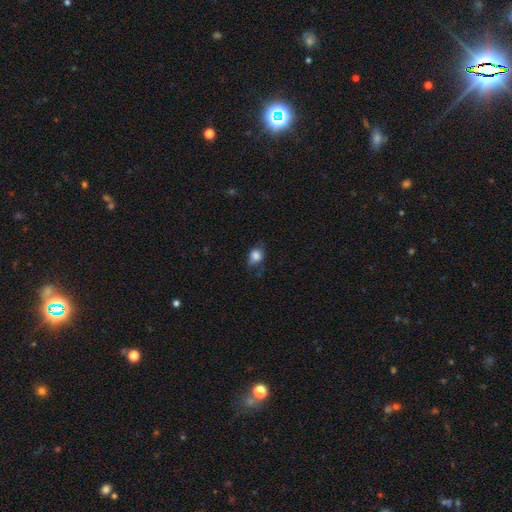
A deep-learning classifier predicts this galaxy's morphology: type=smooth (81%); roundness=in between (55%); merging=none (57%).